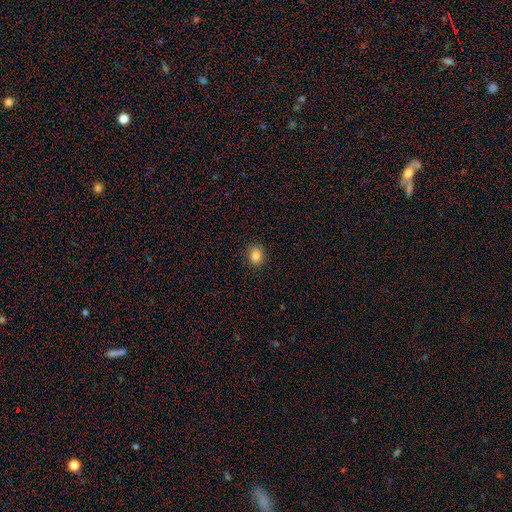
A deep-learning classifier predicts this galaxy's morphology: This is clearly a smooth galaxy (85%). How rounded: likely round (62%). Merging: clearly none (89%).